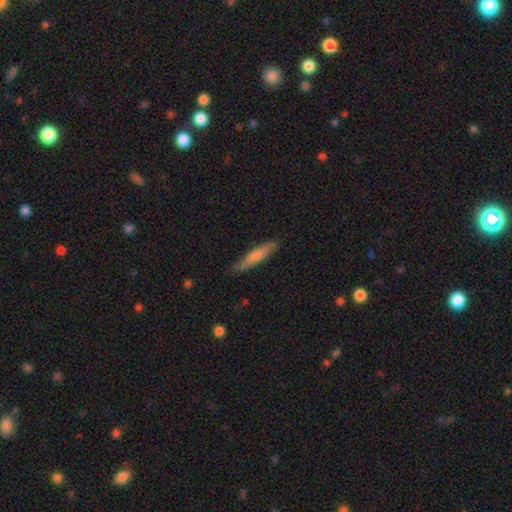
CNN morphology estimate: Smooth or featured? Predicted: featured or disk (p=0.46). Merging? Predicted: none (p=0.89).